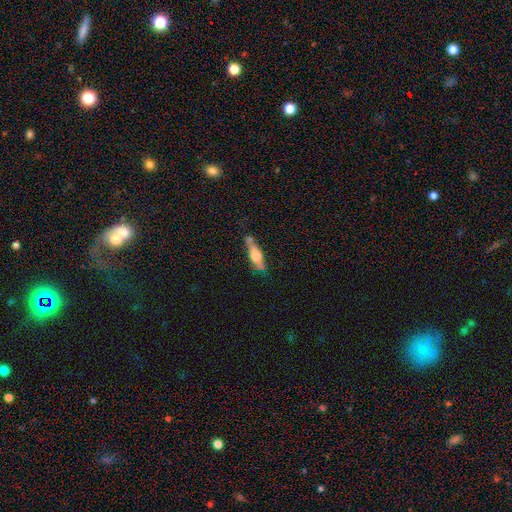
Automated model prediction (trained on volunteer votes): Smooth or featured? smooth (50%)
How rounded? cigar-shaped (61%)
Merging? none (60%)